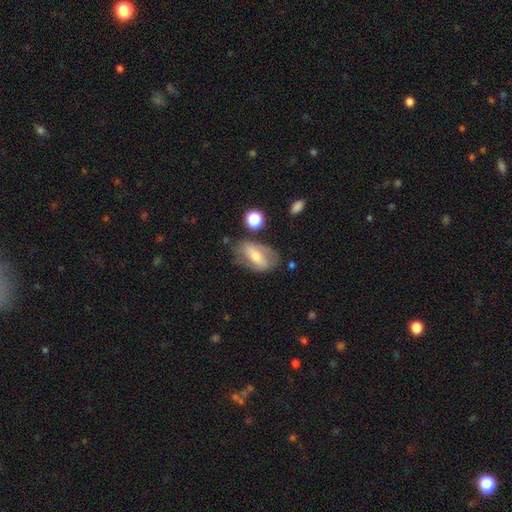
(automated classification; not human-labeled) Q: Smooth or featured?
A: featured or disk (48%); runner-up: smooth (44%)
Q: Merging?
A: none (60%); runner-up: minor disturbance (23%)